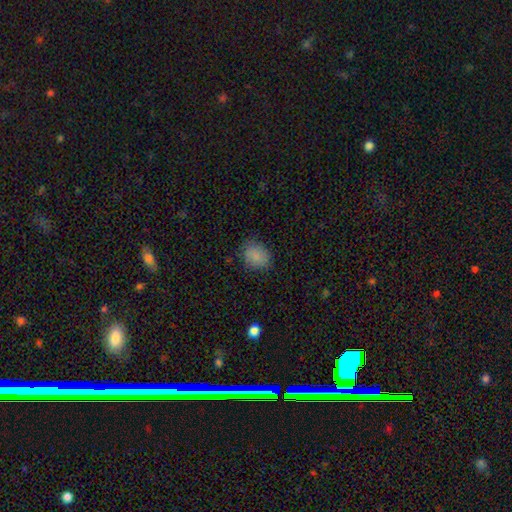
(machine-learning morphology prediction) This appears to be a smooth galaxy with no disk features (83%) that is round (56%). Merging: none (75%).